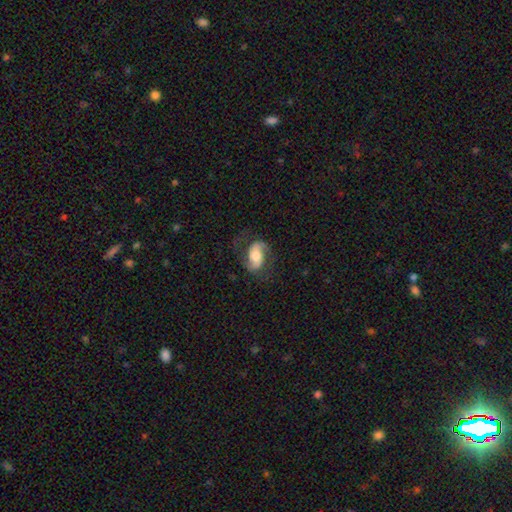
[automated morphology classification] Smooth or featured?
  - featured or disk: 67% *
  - smooth: 26%
  - star or artifact: 7%
Edge-on disk?
  - no: 96% *
  - yes: 4%
Bar?
  - no: 41% *
  - weak: 36%
  - strong: 24%
Spiral arms?
  - yes: 91% *
  - no: 9%
Spiral winding?
  - loose: 43% * (tied)
  - medium: 43% * (tied)
  - tight: 14%
Spiral arm count?
  - 2: 88% *
  - can't tell: 4%
  - 1: 4%
  - 3: 1%
  - 4: 1%
  - more than 4: 1%
Bulge size?
  - moderate: 57% *
  - large: 22%
  - small: 16%
  - dominant: 3%
  - none: 3%
Merging?
  - none: 66% *
  - minor disturbance: 18%
  - major disturbance: 14%
  - merger: 1%